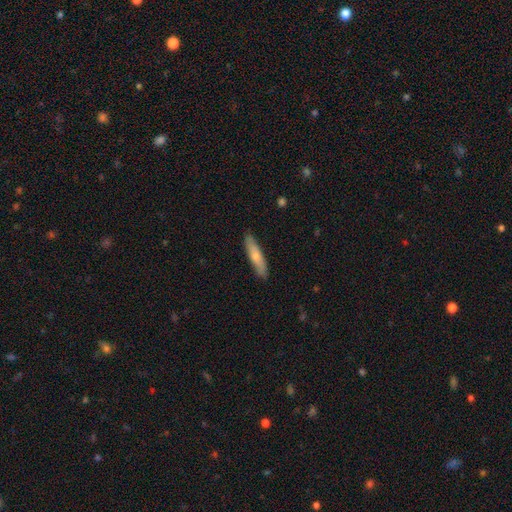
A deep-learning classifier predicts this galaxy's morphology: smooth 69%, featured or disk 26%, star or artifact 5%. Down the decision tree: how rounded — cigar-shaped (83%); merging — none (87%).